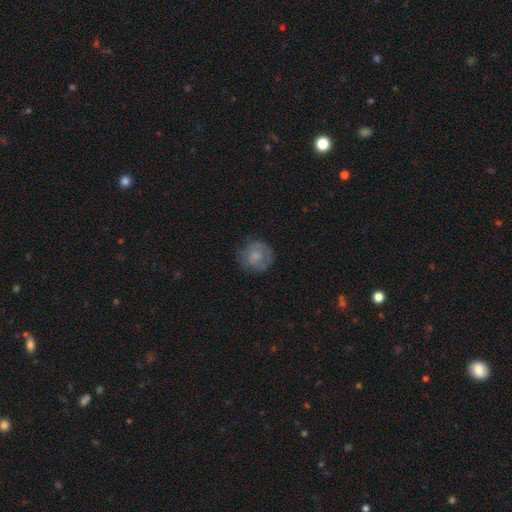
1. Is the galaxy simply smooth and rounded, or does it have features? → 66% smooth, 26% featured or disk, 8% star or artifact.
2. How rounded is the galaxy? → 88% round, 12% in between, 0% cigar-shaped.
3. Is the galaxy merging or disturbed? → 83% none, 11% minor disturbance, 6% major disturbance, 0% merger.